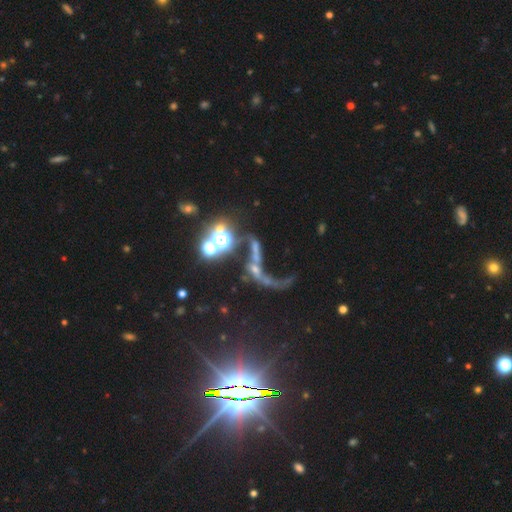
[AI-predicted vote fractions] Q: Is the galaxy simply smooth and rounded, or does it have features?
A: featured or disk — 47%.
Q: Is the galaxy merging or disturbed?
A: merger — 35%.